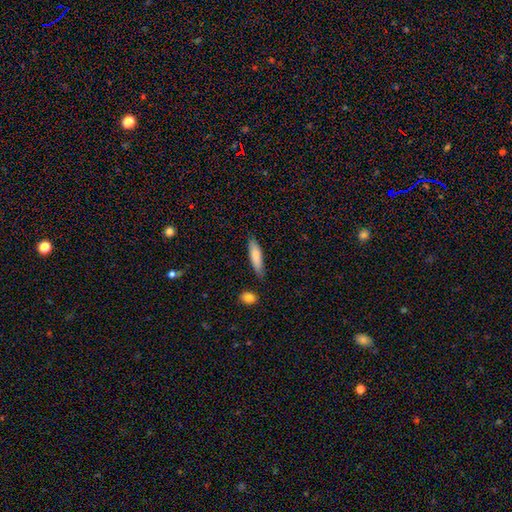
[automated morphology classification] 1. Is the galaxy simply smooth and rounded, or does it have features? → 80% smooth, 14% featured or disk, 6% star or artifact.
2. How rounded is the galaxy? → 70% cigar-shaped, 29% in between, 2% round.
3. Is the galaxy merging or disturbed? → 79% none, 15% minor disturbance, 3% merger, 3% major disturbance.